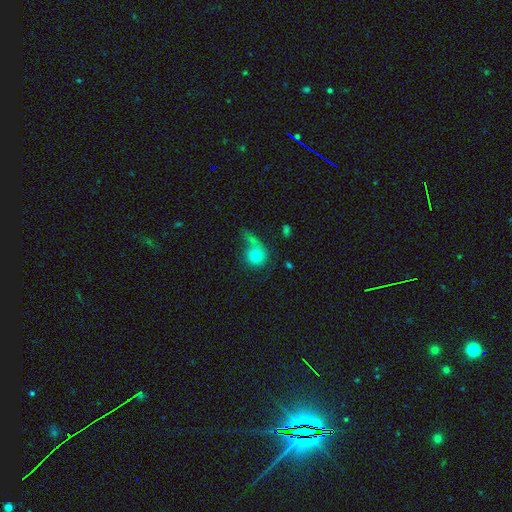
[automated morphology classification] Smooth or featured? smooth (75%)
How rounded? round (83%)
Merging? none (34%)